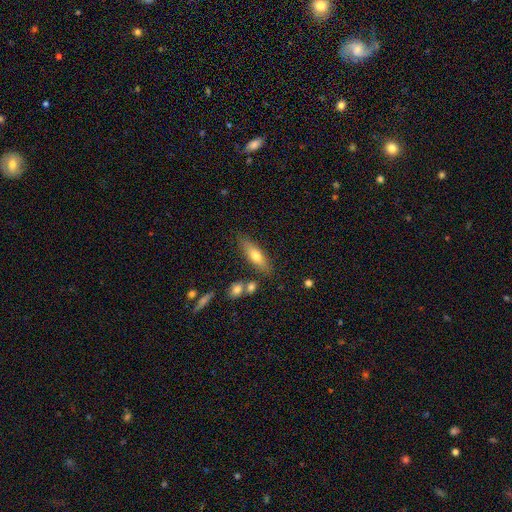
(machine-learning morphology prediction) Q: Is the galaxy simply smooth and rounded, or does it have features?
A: smooth — 64%.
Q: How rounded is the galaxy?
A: cigar-shaped — 53%.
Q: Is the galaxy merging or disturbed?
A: none — 77%.